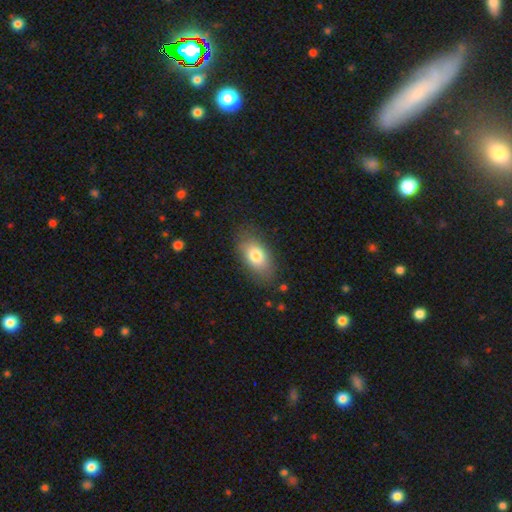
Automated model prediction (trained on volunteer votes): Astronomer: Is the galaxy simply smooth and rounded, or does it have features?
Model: smooth — 79%.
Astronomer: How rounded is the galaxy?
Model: in between — 91%.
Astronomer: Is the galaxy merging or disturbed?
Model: none — 79%.